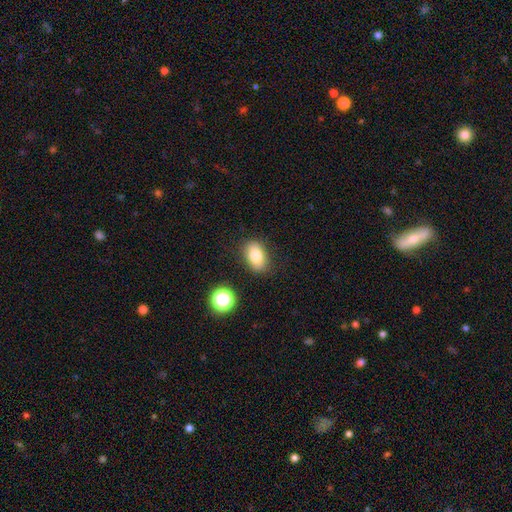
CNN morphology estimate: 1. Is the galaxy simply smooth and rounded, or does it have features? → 80% smooth, 10% star or artifact, 10% featured or disk.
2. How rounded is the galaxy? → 86% in between, 12% round, 2% cigar-shaped.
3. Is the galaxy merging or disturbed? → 85% none, 10% minor disturbance, 3% major disturbance, 2% merger.